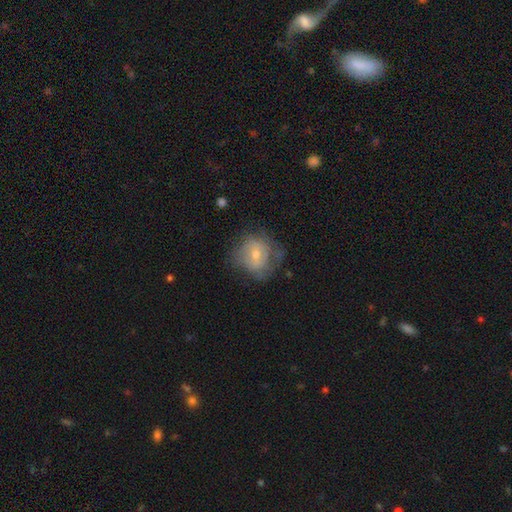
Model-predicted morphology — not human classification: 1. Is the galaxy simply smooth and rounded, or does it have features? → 46% featured or disk, 44% smooth, 11% star or artifact.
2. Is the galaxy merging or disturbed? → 59% none, 24% minor disturbance, 15% major disturbance, 1% merger.